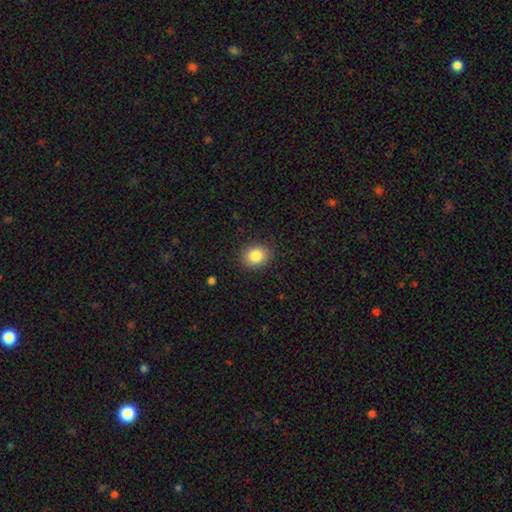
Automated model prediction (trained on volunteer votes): Smooth or featured: smooth — 85% (star or artifact — 9%)
How rounded: round — 60% (in between — 39%)
Merging: none — 88% (minor disturbance — 8%)